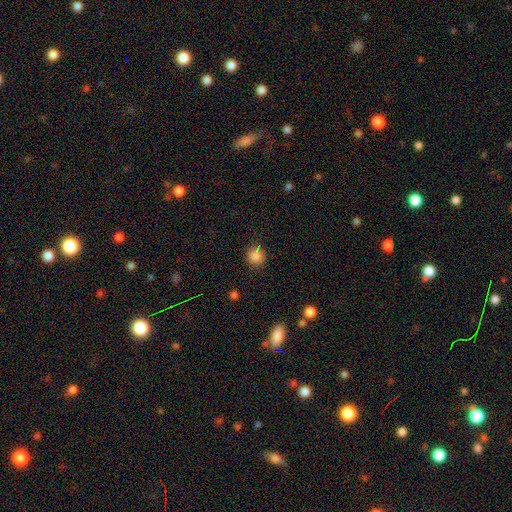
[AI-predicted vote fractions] Smooth or featured?
  - smooth: 85% *
  - star or artifact: 11%
  - featured or disk: 4%
How rounded?
  - round: 91% *
  - in between: 8%
  - cigar-shaped: 1%
Merging?
  - none: 86% *
  - minor disturbance: 10%
  - major disturbance: 3%
  - merger: 2%